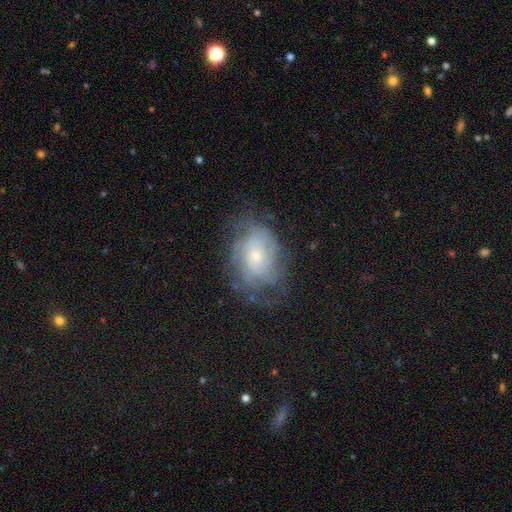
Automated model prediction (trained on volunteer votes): Overall: featured or disk (64%; smooth 27%). Edge-on disk: no (96%). Bar: no (78%). Spiral arms: yes (77%). Bulge size: small (56%; moderate 37%). Merging: none (61%; minor disturbance 23%).